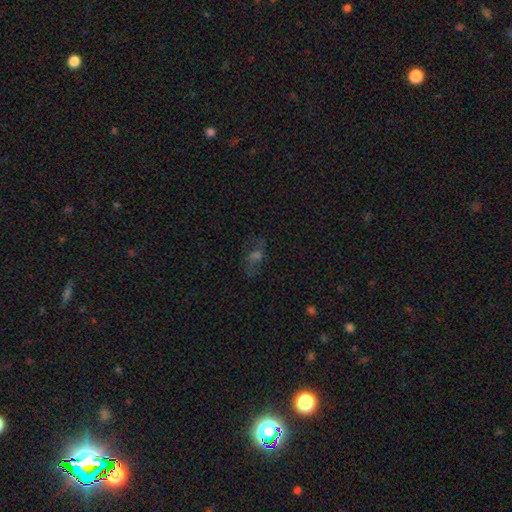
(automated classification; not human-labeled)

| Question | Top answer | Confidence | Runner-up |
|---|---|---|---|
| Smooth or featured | featured or disk | 37% | star or artifact (35%) |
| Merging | none | 65% | minor disturbance (17%) |